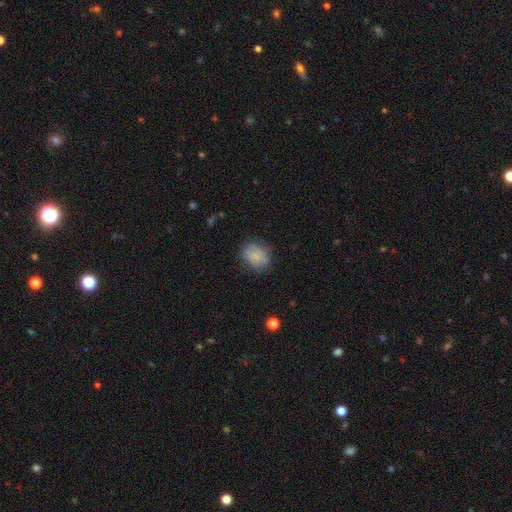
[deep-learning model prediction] Smooth or featured? Predicted: smooth (p=0.78). How rounded? Predicted: round (p=0.62). Merging? Predicted: none (p=0.72).